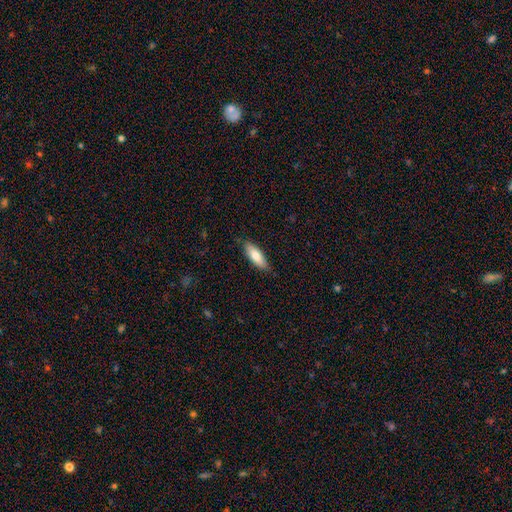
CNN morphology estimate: This is likely a smooth galaxy (78%). How rounded: likely in between (61%). Merging: clearly none (83%).